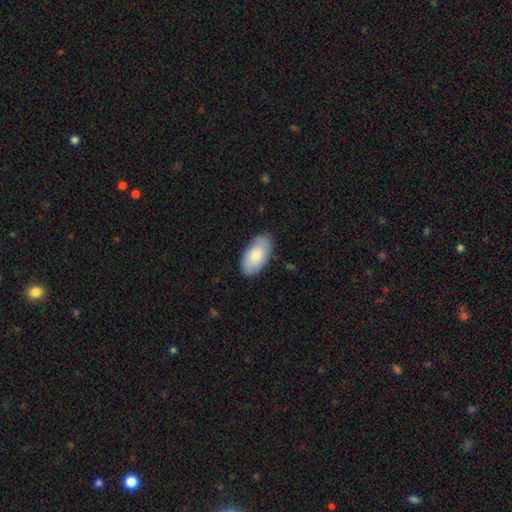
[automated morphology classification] The model was most divided on "smooth or featured": smooth: 78%, featured or disk: 17%, star or artifact: 5%. More confident: how rounded — in between (96%); merging — none (85%).